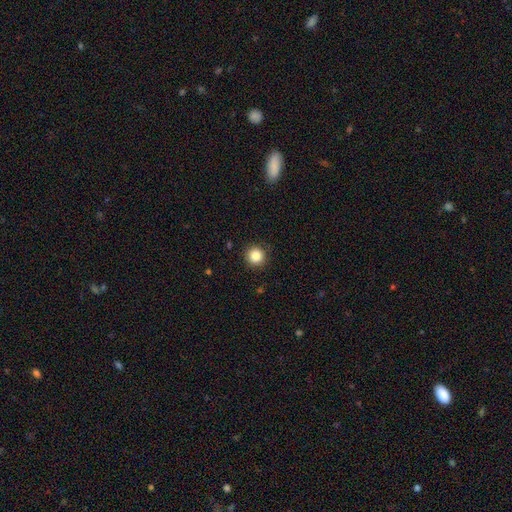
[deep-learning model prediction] A smooth galaxy with no disk features (85%) that is round (95%). Merging: none (91%).